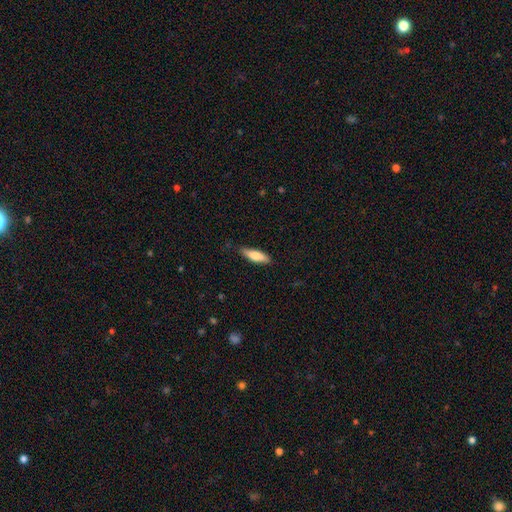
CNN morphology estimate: This appears to be a smooth galaxy with no disk features (74%) that is cigar-shaped (57%). Merging: none (81%).